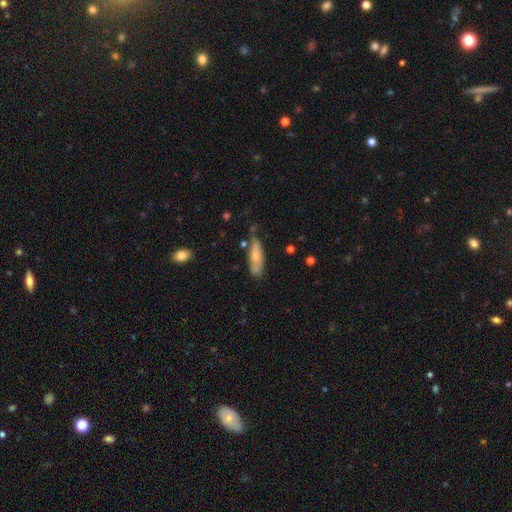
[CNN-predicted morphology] smooth-or-featured: smooth: 70% | featured or disk: 24% | star or artifact: 6%
  how-rounded: cigar-shaped: 56% | in between: 42% | round: 2%
  merging: none: 60% | minor disturbance: 27% | major disturbance: 6% | merger: 6%